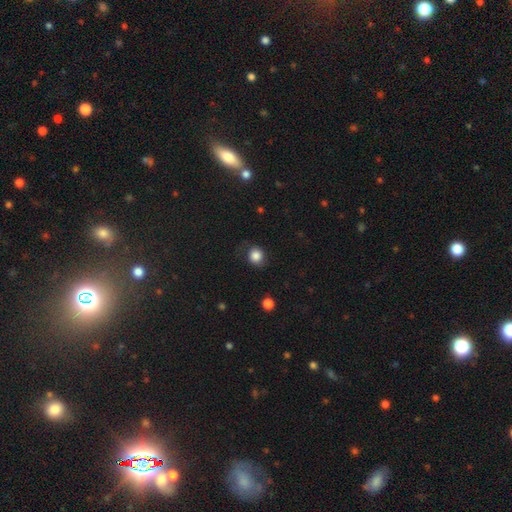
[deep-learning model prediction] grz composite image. It shows a smooth galaxy with no disk features (84%) that is round (80%). Merging: none (74%).